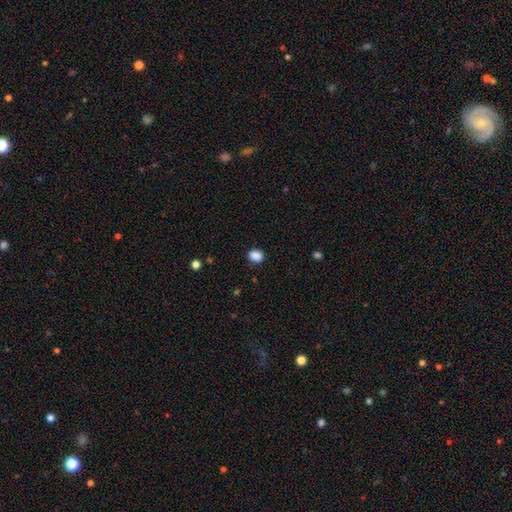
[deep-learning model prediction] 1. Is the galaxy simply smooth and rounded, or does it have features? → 88% smooth, 9% star or artifact, 3% featured or disk.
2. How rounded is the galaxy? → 53% in between, 46% round, 1% cigar-shaped.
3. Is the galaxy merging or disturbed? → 87% none, 9% minor disturbance, 2% major disturbance, 1% merger.